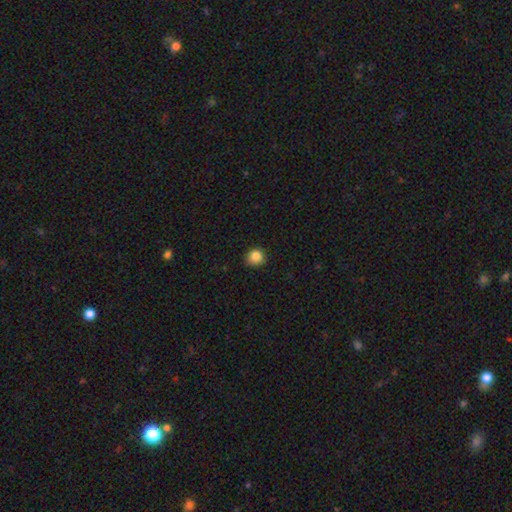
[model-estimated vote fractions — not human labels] Smooth or featured: smooth — 84% (star or artifact — 11%)
How rounded: round — 85% (in between — 14%)
Merging: none — 80% (minor disturbance — 17%)